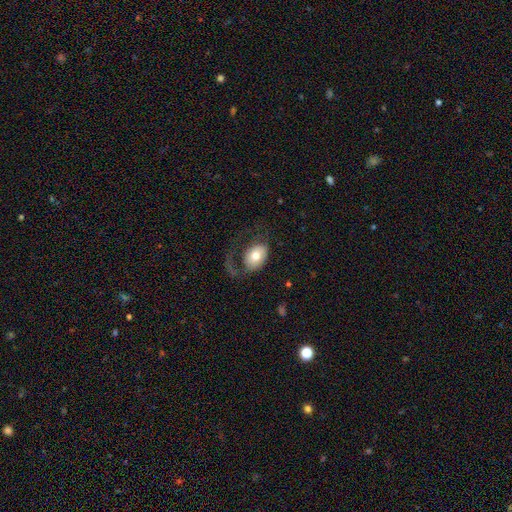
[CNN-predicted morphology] type=smooth (64%); roundness=in between (72%); merging=major disturbance (47%).